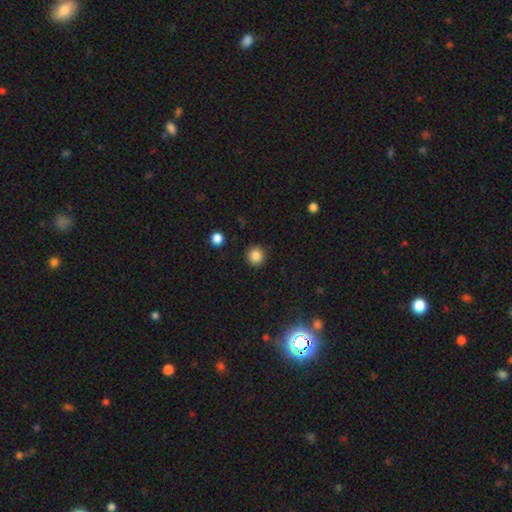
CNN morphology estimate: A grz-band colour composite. It shows a smooth galaxy with no disk features (85%) that is round (94%). Merging: none (92%).